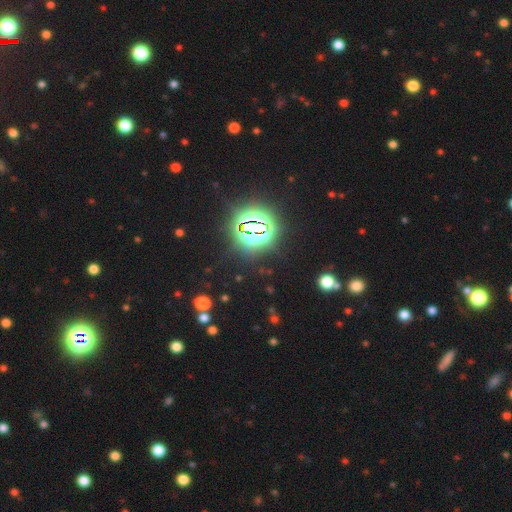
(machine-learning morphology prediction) This is clearly a star or artifact rather than a galaxy (84%).